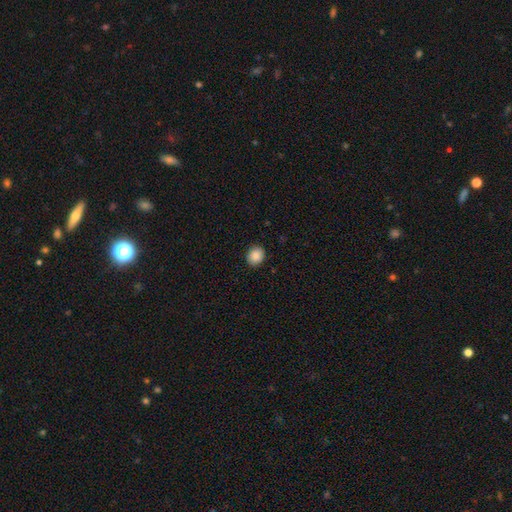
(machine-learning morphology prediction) smooth_or_featured: smooth (p=0.88) [alt: star or artifact p=0.09]
how_rounded: round (p=0.72) [alt: in between p=0.27]
merging: none (p=0.90) [alt: minor disturbance p=0.07]